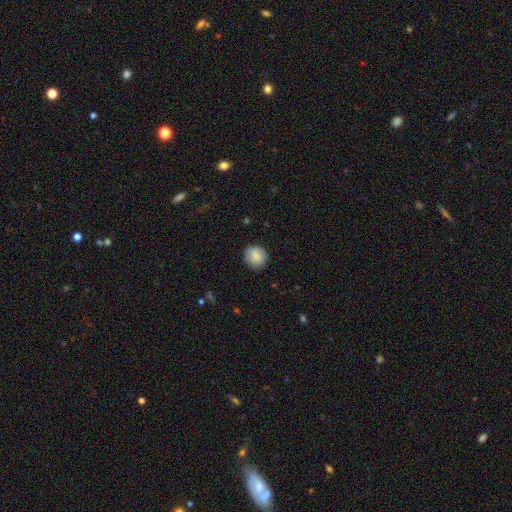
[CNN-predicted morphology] Q: Smooth or featured?
A: smooth (83%); runner-up: featured or disk (10%)
Q: How rounded?
A: round (86%); runner-up: in between (13%)
Q: Merging?
A: none (82%); runner-up: minor disturbance (13%)